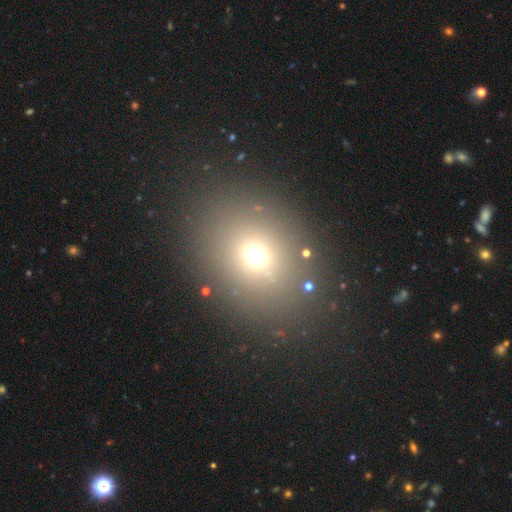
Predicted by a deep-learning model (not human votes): This appears to be a smooth galaxy with no disk features (66%) that is round (61%). Merging: none (83%).